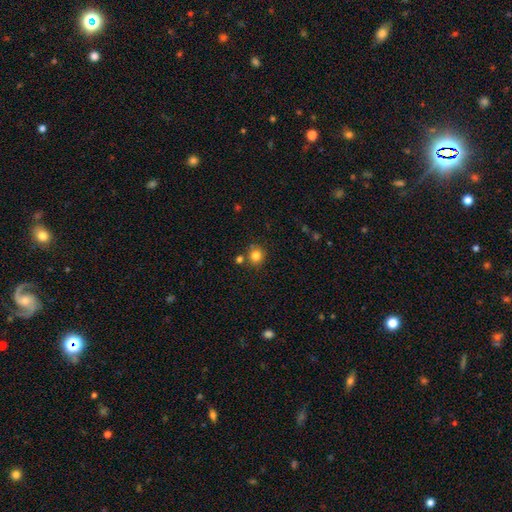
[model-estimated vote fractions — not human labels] Smooth or featured? Predicted: smooth (p=0.81). How rounded? Predicted: round (p=0.89). Merging? Predicted: none (p=0.76).